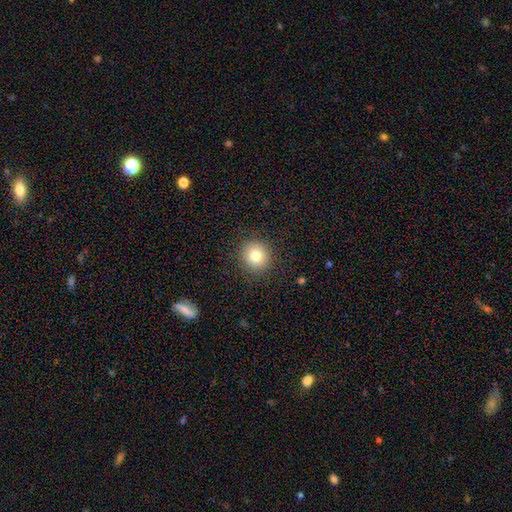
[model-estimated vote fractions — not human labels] Smooth or featured: smooth — 80% (star or artifact — 11%)
How rounded: round — 88% (in between — 12%)
Merging: none — 89% (minor disturbance — 7%)